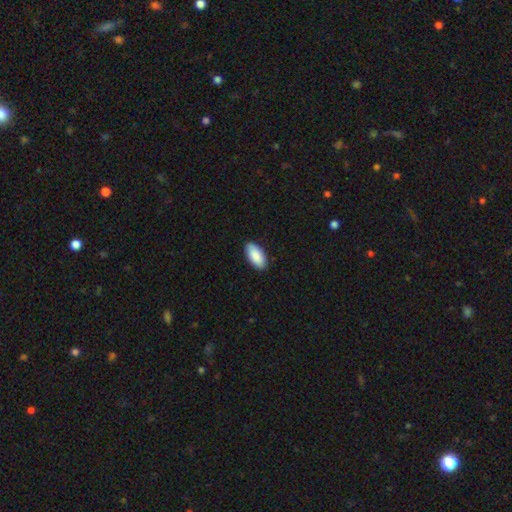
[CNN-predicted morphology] smooth_or_featured: smooth (p=0.89) [alt: featured or disk p=0.06]
how_rounded: in between (p=0.94) [alt: cigar-shaped p=0.04]
merging: none (p=0.89) [alt: minor disturbance p=0.09]